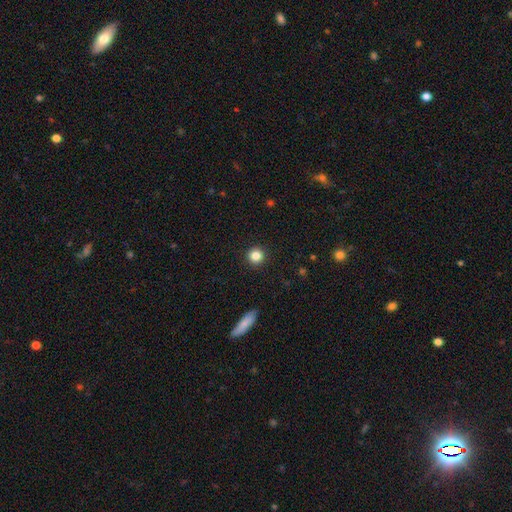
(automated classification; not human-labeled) A smooth galaxy with no disk features (84%) that is round (95%). Merging: none (93%).